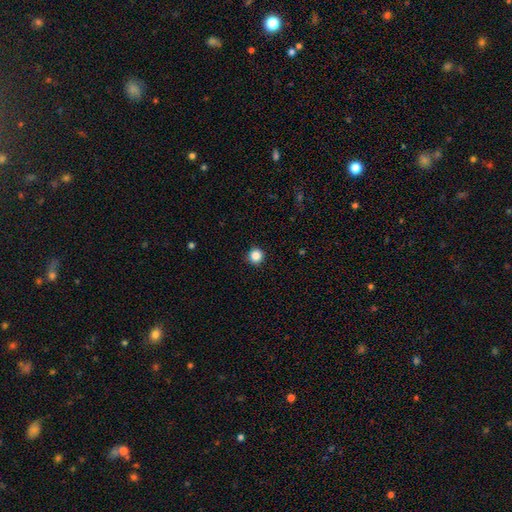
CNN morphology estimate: The model was most divided on "smooth or featured": smooth: 85%, star or artifact: 11%, featured or disk: 3%. More confident: how rounded — round (95%); merging — none (92%).